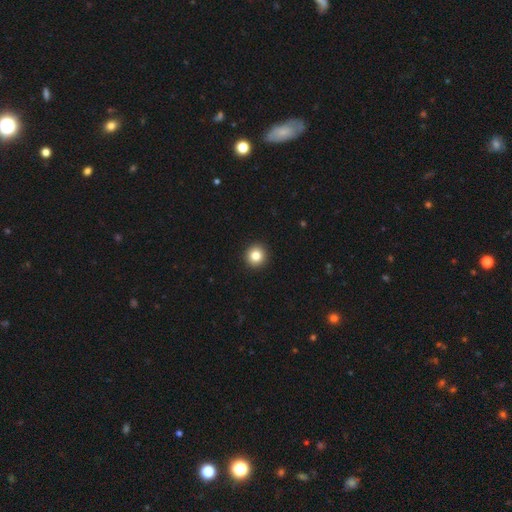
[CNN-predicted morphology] Q: Smooth or featured?
A: smooth (83%); runner-up: star or artifact (11%)
Q: How rounded?
A: round (94%); runner-up: in between (5%)
Q: Merging?
A: none (94%); runner-up: minor disturbance (4%)